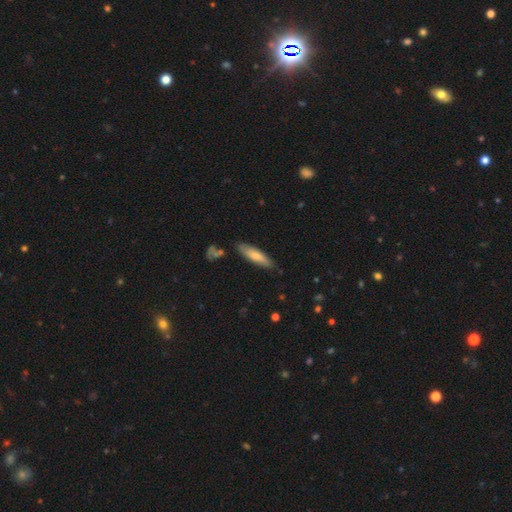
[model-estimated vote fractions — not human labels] Smooth or featured: smooth — 71% (featured or disk — 24%)
How rounded: cigar-shaped — 66% (in between — 32%)
Merging: none — 82% (minor disturbance — 13%)